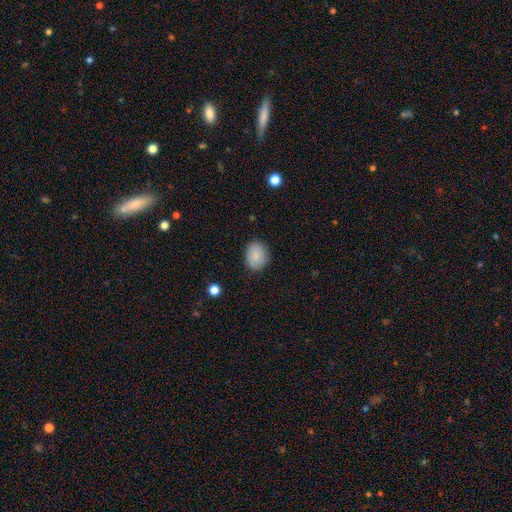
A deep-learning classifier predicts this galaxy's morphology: A smooth galaxy with no disk features (88%) that is in between round and cigar-shaped (58%). Merging: none (85%).